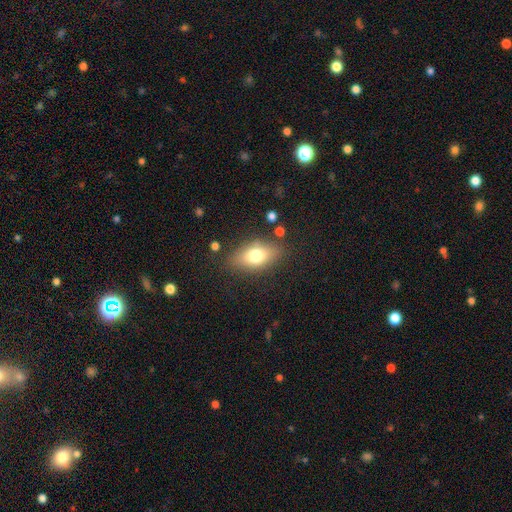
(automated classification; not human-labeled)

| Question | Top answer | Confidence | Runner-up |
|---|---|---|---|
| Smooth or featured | smooth | 71% | featured or disk (21%) |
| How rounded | in between | 84% | round (8%) |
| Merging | none | 80% | minor disturbance (13%) |